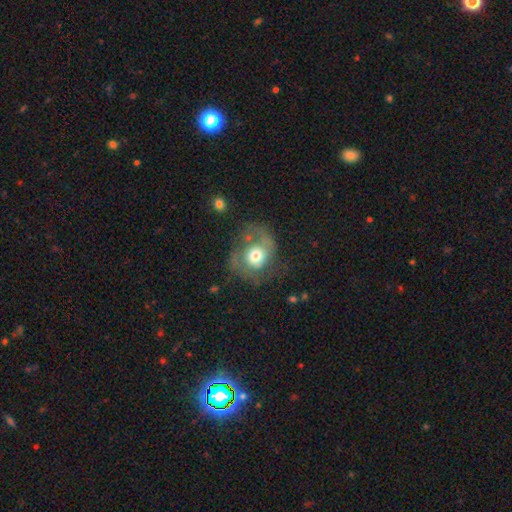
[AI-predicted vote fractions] This is possibly a featured or disk galaxy (52%). It is clearly not viewed edge-on (97%). Bar: likely no (79%). Spiral arm pattern: likely yes (66%). Central bulge: possibly moderate (58%). Merging: marginally none (45%).